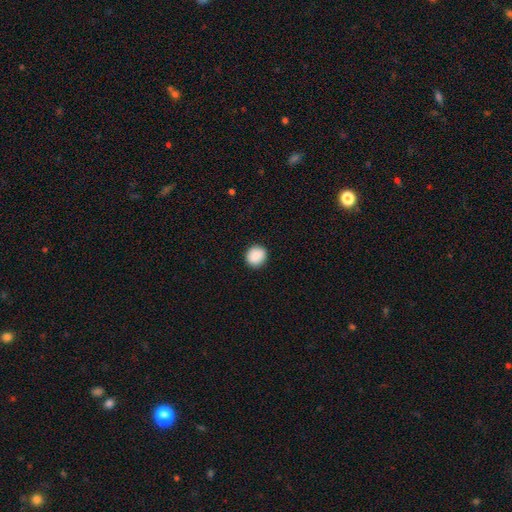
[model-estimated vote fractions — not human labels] Q: Smooth or featured?
A: smooth (89%); runner-up: star or artifact (8%)
Q: How rounded?
A: round (87%); runner-up: in between (12%)
Q: Merging?
A: none (91%); runner-up: minor disturbance (6%)